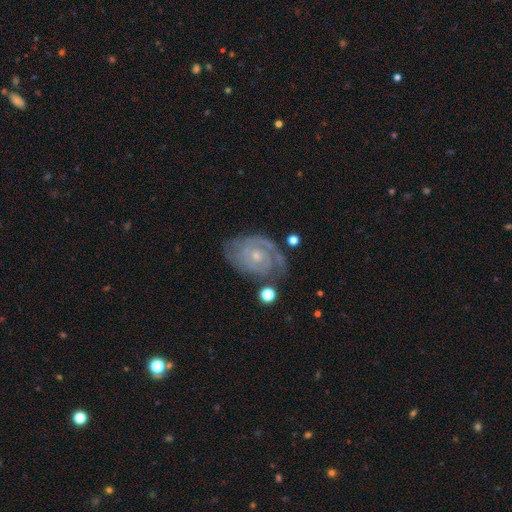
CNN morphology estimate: A featured or disk galaxy (86%) with no bar (72%), 2 (52%) tight (70%) spiral arms (96%) and a small central bulge (69%). Merging: none (67%).